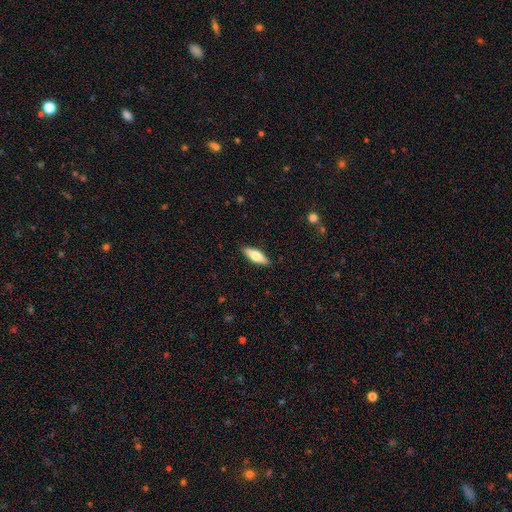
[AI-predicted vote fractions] Q: Smooth or featured?
A: smooth (61%); runner-up: featured or disk (33%)
Q: How rounded?
A: cigar-shaped (49%); runner-up: in between (48%)
Q: Merging?
A: none (89%); runner-up: minor disturbance (8%)